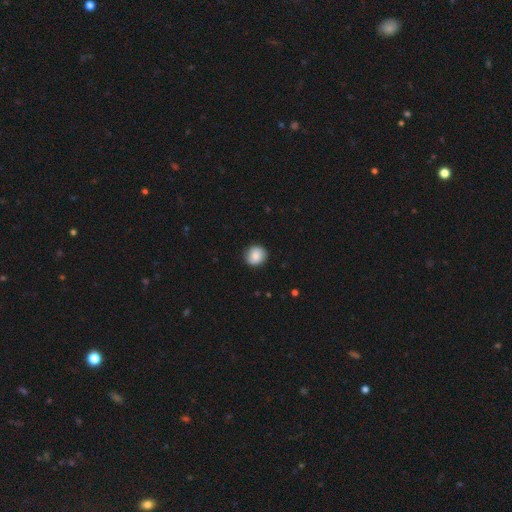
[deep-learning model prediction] smooth_or_featured: smooth (p=0.82) [alt: featured or disk p=0.10]
how_rounded: round (p=0.88) [alt: in between p=0.11]
merging: none (p=0.88) [alt: minor disturbance p=0.09]